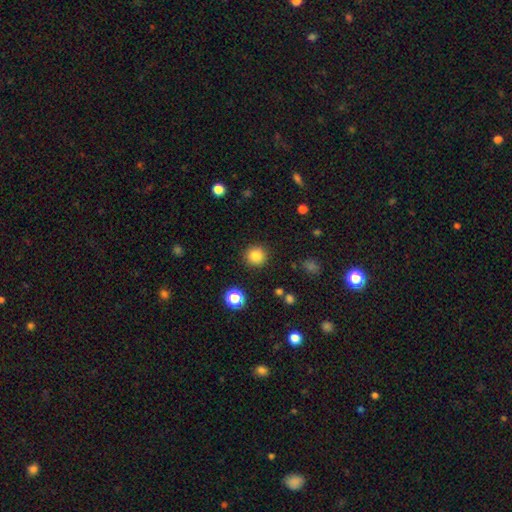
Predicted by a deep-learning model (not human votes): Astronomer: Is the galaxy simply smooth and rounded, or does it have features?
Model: smooth — 83%.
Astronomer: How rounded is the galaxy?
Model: round — 95%.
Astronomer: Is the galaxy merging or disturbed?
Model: none — 91%.